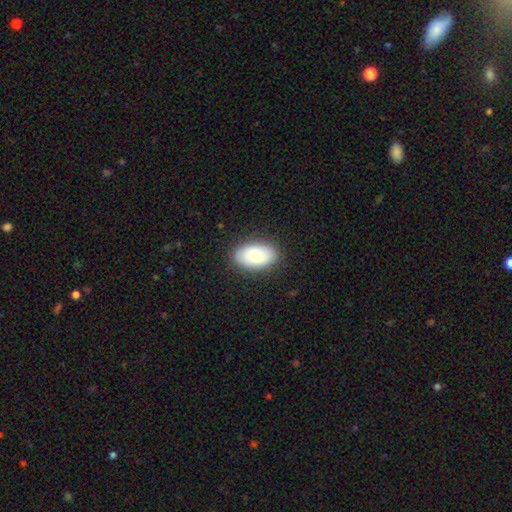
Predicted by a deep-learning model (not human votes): smooth_or_featured: smooth (p=0.69) [alt: featured or disk p=0.25]
how_rounded: in between (p=0.92) [alt: round p=0.07]
merging: none (p=0.85) [alt: minor disturbance p=0.11]